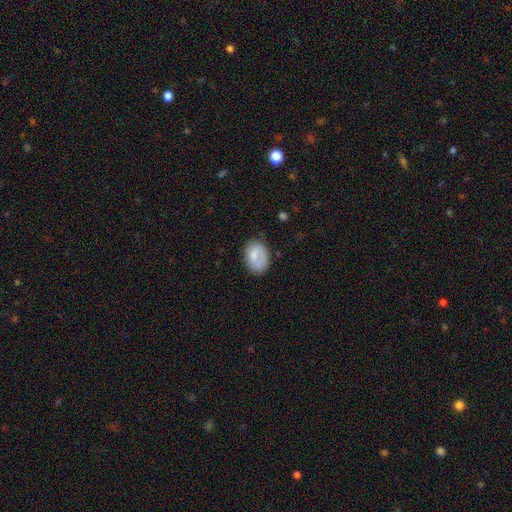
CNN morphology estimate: Smooth or featured? smooth (71%)
How rounded? in between (75%)
Merging? none (68%)